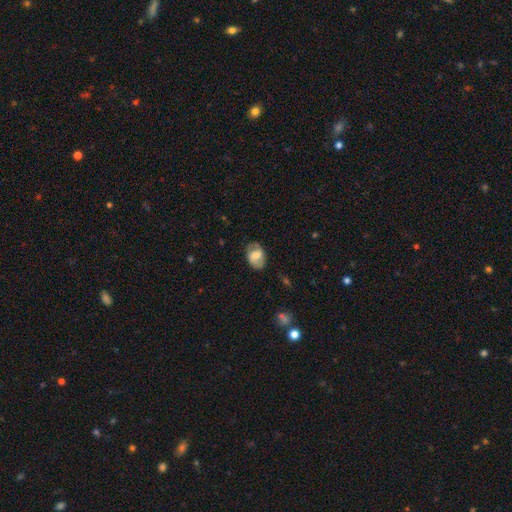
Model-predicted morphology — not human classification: Smooth or featured?
  - featured or disk: 48% *
  - smooth: 45%
  - star or artifact: 8%
Merging?
  - none: 72% *
  - minor disturbance: 20%
  - major disturbance: 7%
  - merger: 1%